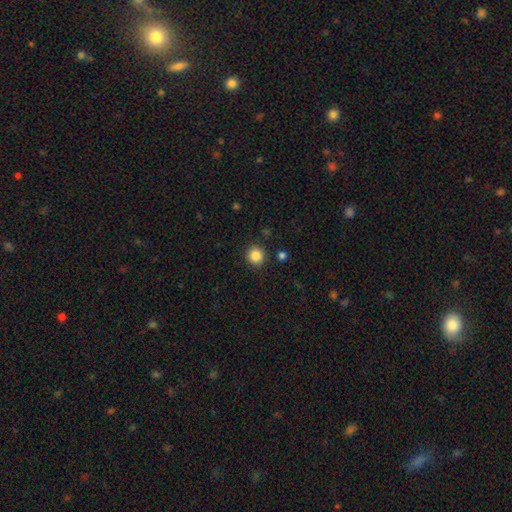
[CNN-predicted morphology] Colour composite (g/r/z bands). It shows a smooth galaxy with no disk features (85%) that is round (92%). Merging: none (91%).